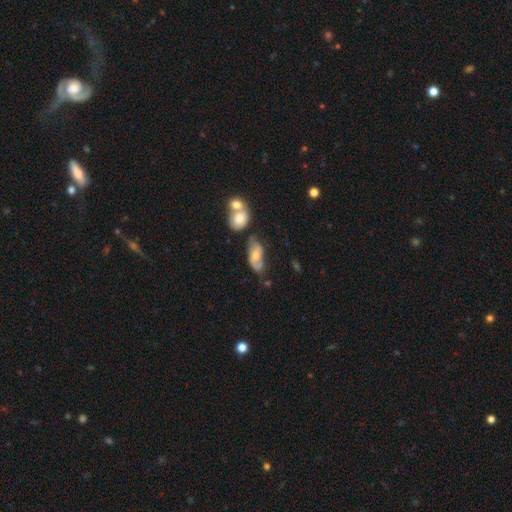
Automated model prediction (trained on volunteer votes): A featured or disk galaxy (52%). Merging: none (47%).